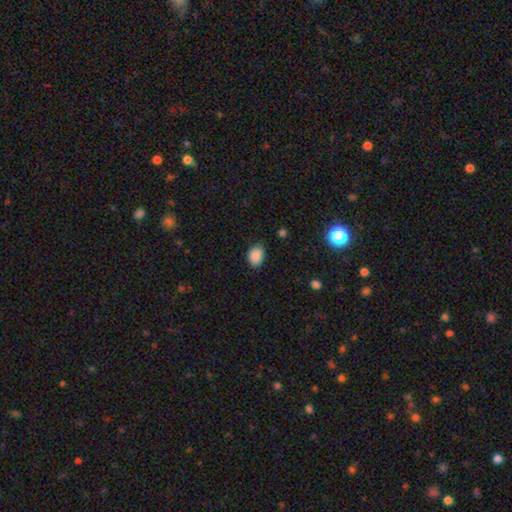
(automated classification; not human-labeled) Q: Smooth or featured?
A: smooth (88%); runner-up: star or artifact (9%)
Q: How rounded?
A: in between (75%); runner-up: round (24%)
Q: Merging?
A: none (79%); runner-up: minor disturbance (17%)